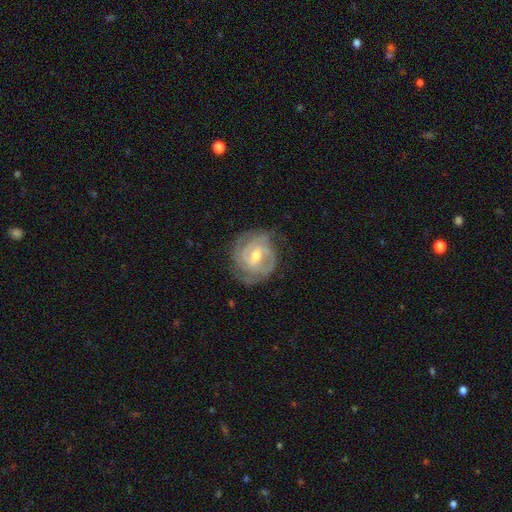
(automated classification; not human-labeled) Q: Smooth or featured?
A: featured or disk (87%); runner-up: smooth (8%)
Q: Edge-on disk?
A: no (97%); runner-up: yes (3%)
Q: Bar?
A: weak (51%); runner-up: no (30%)
Q: Spiral arms?
A: yes (95%); runner-up: no (5%)
Q: Spiral winding?
A: tight (69%); runner-up: medium (25%)
Q: Spiral arm count?
A: 2 (34%); runner-up: 3 (28%)
Q: Bulge size?
A: moderate (64%); runner-up: small (32%)
Q: Merging?
A: none (74%); runner-up: minor disturbance (18%)